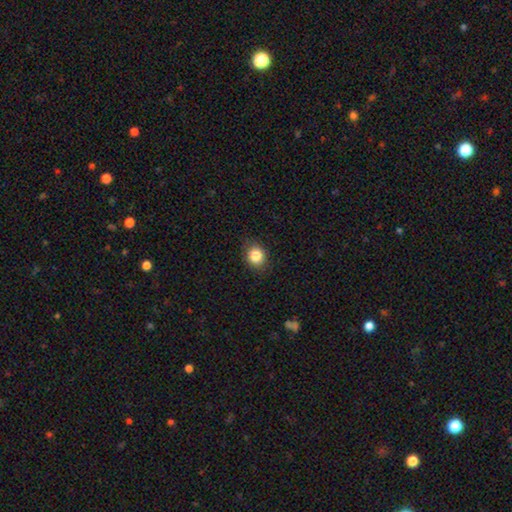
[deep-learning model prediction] Overall: smooth (85%). How rounded: round (67%; in between 32%). Merging: none (85%).